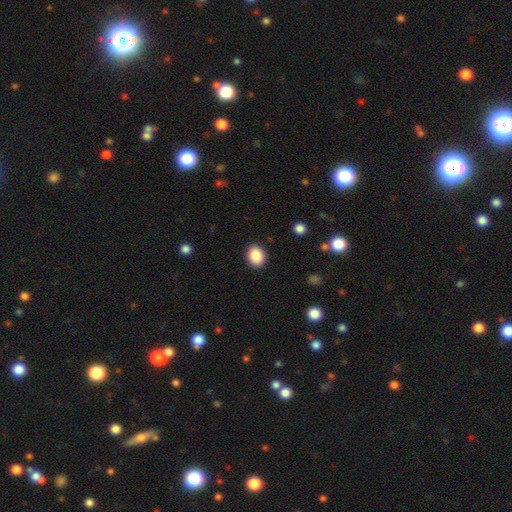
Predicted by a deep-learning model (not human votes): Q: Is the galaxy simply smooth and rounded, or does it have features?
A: smooth — 88%.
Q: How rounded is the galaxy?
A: in between — 51%.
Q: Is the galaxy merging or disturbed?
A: none — 90%.